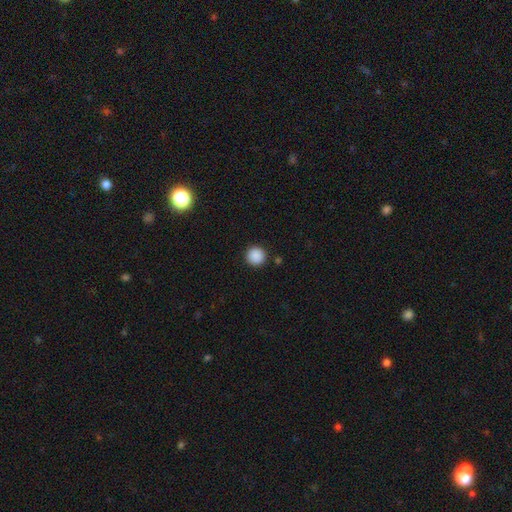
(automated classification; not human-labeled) This is clearly a smooth galaxy (89%). How rounded: clearly round (95%). Merging: clearly none (92%).